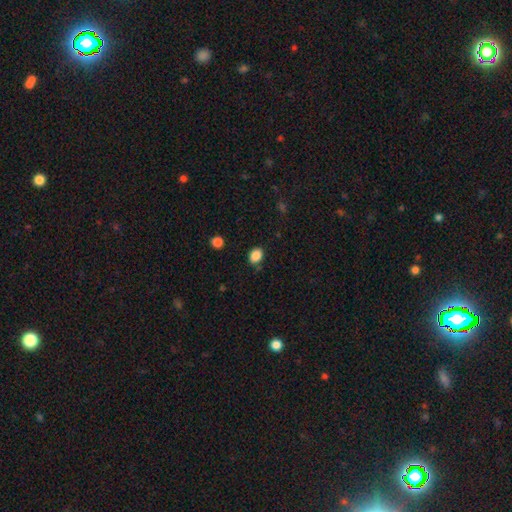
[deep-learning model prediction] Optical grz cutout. It shows a smooth galaxy with no disk features (87%) that is in between round and cigar-shaped (66%). Merging: none (79%).